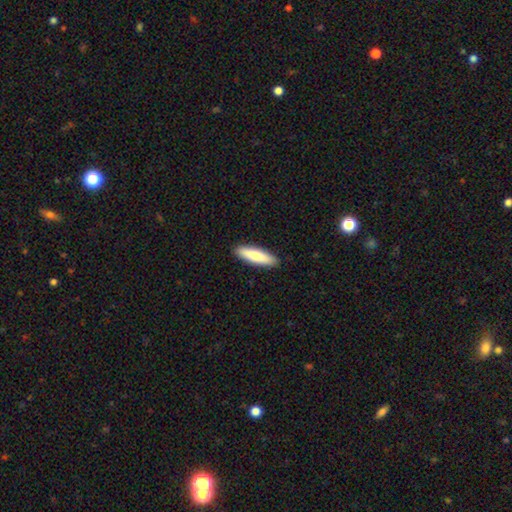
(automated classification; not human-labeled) Smooth or featured: smooth — 78% (featured or disk — 17%)
How rounded: cigar-shaped — 73% (in between — 26%)
Merging: none — 91% (minor disturbance — 6%)